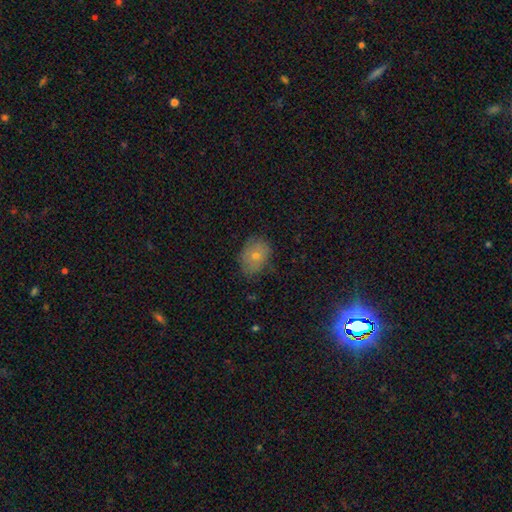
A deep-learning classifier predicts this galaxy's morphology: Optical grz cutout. It shows a smooth galaxy with no disk features (62%) that is in between round and cigar-shaped (65%). Merging: none (74%).